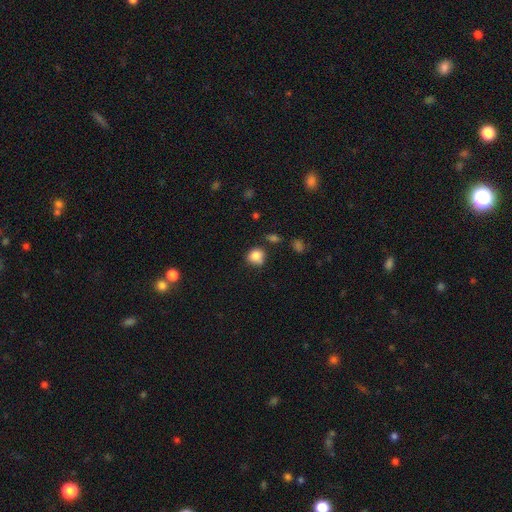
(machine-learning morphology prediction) smooth_or_featured: smooth (p=0.83) [alt: star or artifact p=0.10]
how_rounded: round (p=0.80) [alt: in between p=0.19]
merging: none (p=0.68) [alt: minor disturbance p=0.21]